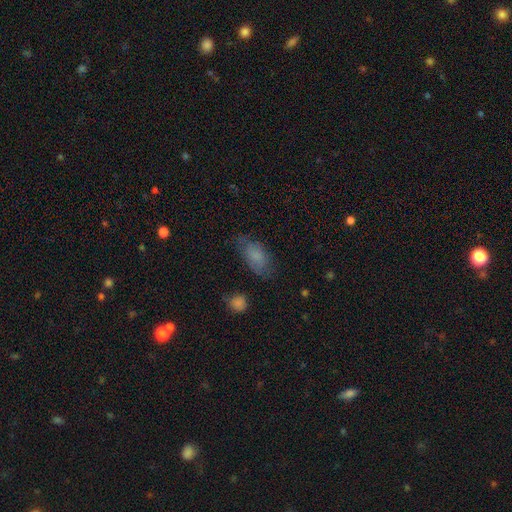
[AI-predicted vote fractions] This is likely a smooth galaxy (78%). How rounded: clearly in between (89%). Merging: likely none (64%).